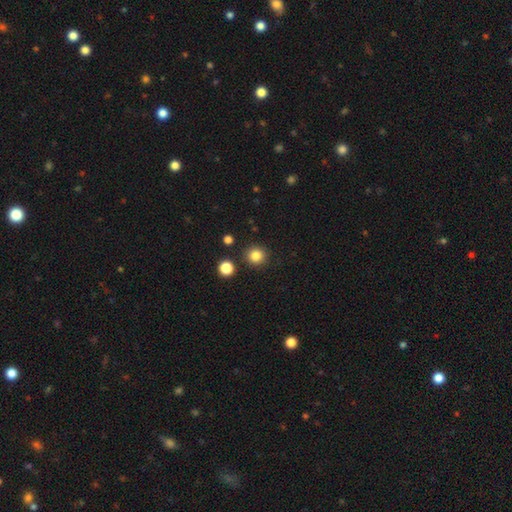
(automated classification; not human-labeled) A smooth galaxy with no disk features (84%) that is round (92%). Merging: none (89%).